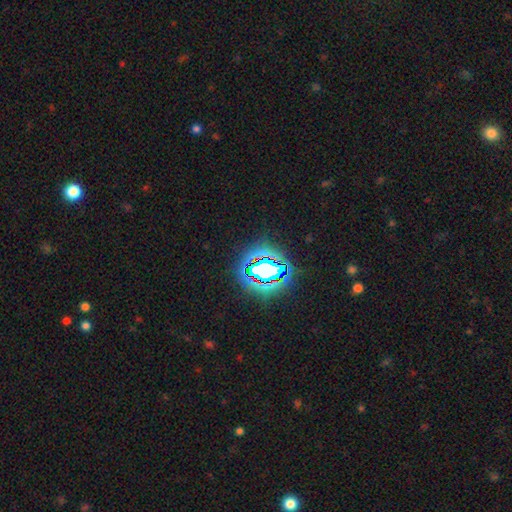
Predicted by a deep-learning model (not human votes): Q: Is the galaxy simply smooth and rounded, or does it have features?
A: star or artifact — 83%.